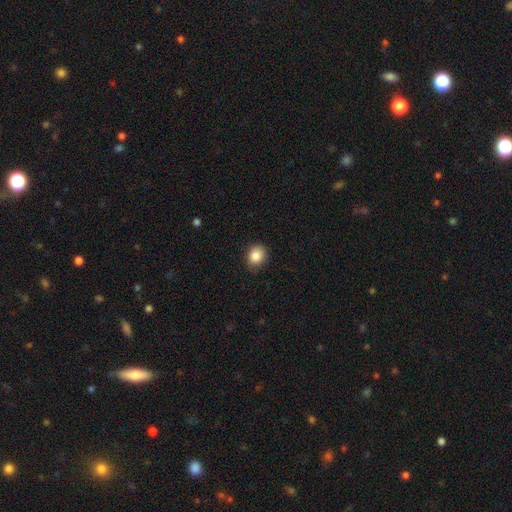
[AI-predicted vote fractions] This is clearly a smooth galaxy (86%). How rounded: likely round (63%). Merging: clearly none (82%).